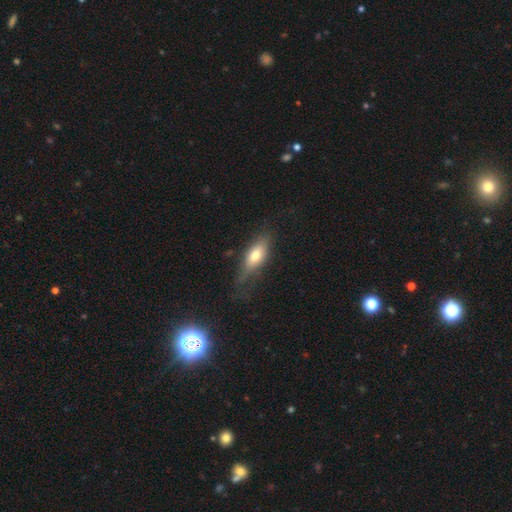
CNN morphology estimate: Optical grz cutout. It shows a smooth galaxy with no disk features (66%) that is in between round and cigar-shaped (76%). Merging: none (56%).